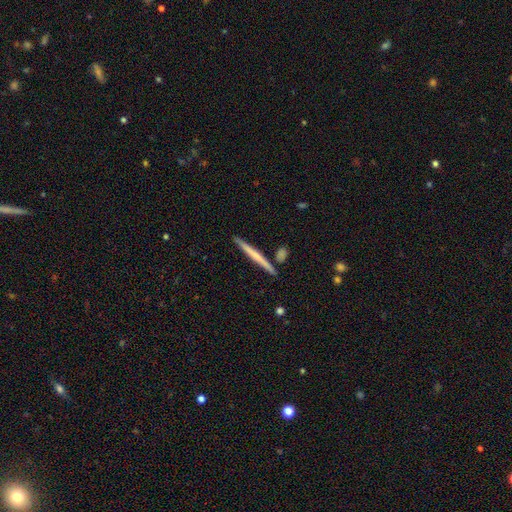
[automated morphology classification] Smooth or featured?
  - smooth: 50% *
  - featured or disk: 44%
  - star or artifact: 6%
How rounded?
  - cigar-shaped: 96% *
  - in between: 2%
  - round: 1%
Merging?
  - none: 87% *
  - minor disturbance: 7%
  - merger: 4%
  - major disturbance: 2%